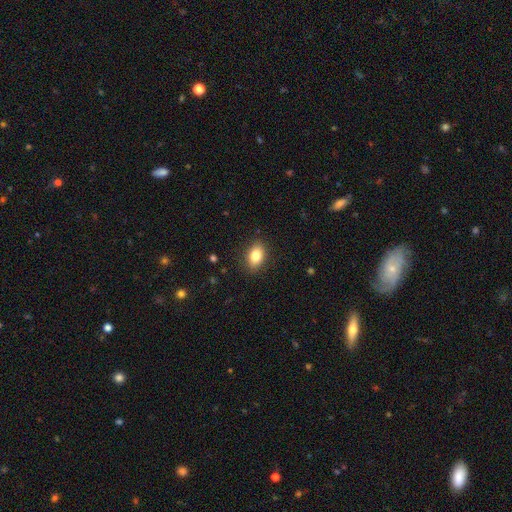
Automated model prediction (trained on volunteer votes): Smooth or featured: smooth — 83% (featured or disk — 9%)
How rounded: in between — 84% (round — 14%)
Merging: none — 88% (minor disturbance — 9%)